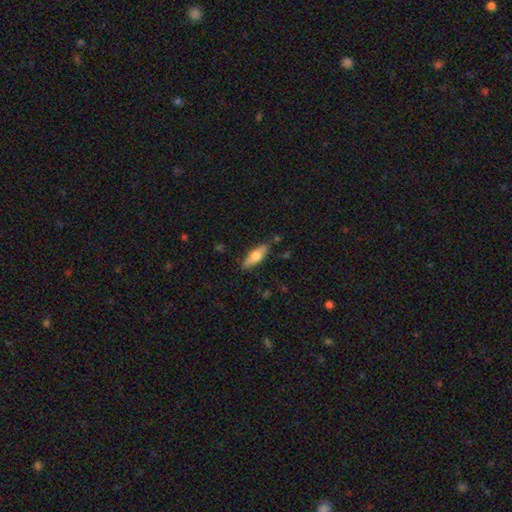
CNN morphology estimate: Smooth or featured: smooth — 60% (featured or disk — 34%)
How rounded: in between — 53% (cigar-shaped — 44%)
Merging: none — 82% (minor disturbance — 13%)